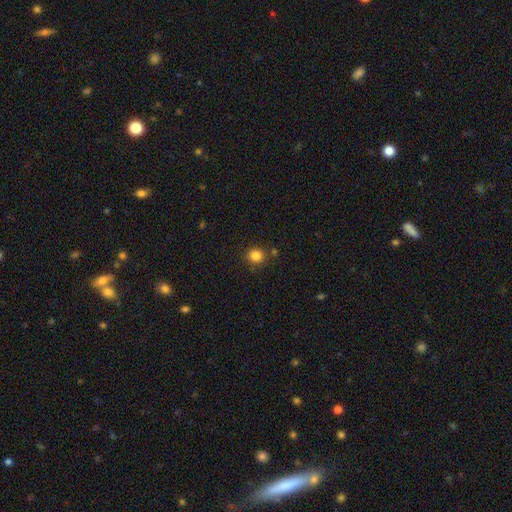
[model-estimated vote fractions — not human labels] A smooth galaxy with no disk features (84%) that is round (85%). Merging: none (83%).